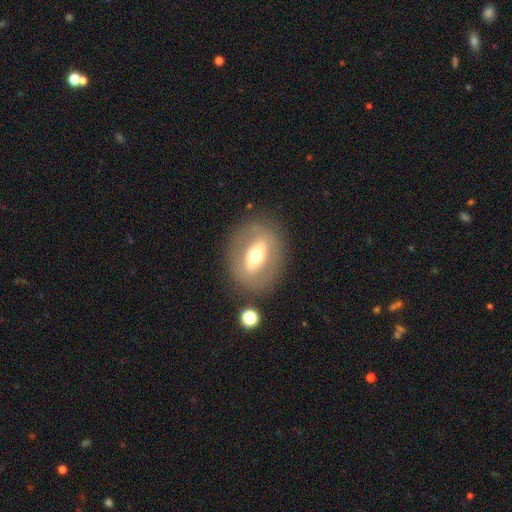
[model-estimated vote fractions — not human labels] The model was most divided on "smooth or featured": featured or disk: 54%, smooth: 38%, star or artifact: 8%. More confident: edge-on disk — no (83%); merging — none (81%).